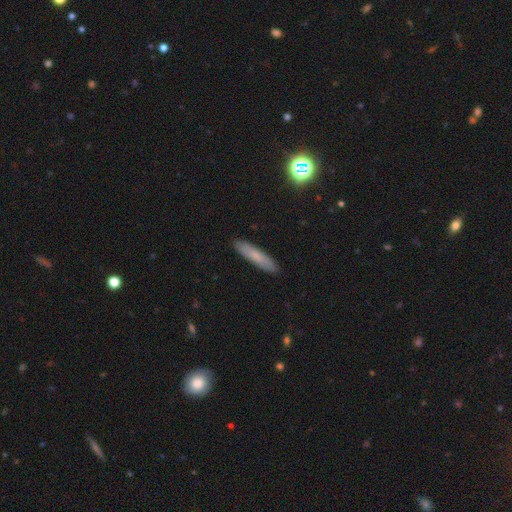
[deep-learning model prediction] smooth-or-featured: smooth: 72% | featured or disk: 20% | star or artifact: 8%
  how-rounded: cigar-shaped: 85% | in between: 14% | round: 2%
  merging: none: 90% | minor disturbance: 7% | major disturbance: 1% | merger: 1%